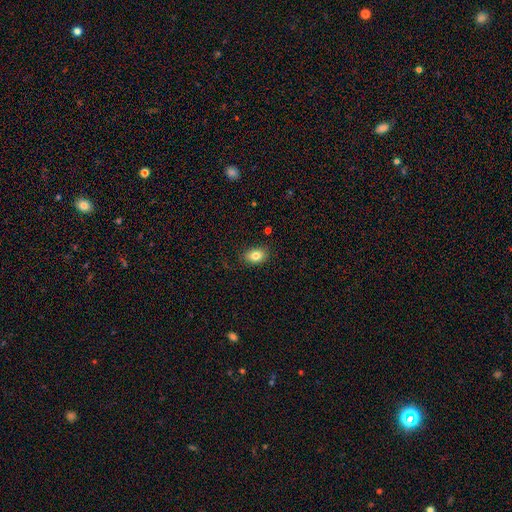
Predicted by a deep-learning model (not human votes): Smooth or featured?
  - smooth: 81% *
  - featured or disk: 10%
  - star or artifact: 9%
How rounded?
  - in between: 81% *
  - round: 18%
  - cigar-shaped: 1%
Merging?
  - none: 84% *
  - minor disturbance: 12%
  - major disturbance: 3%
  - merger: 1%